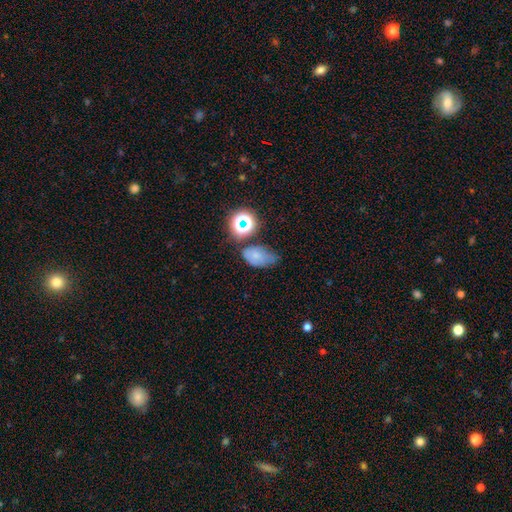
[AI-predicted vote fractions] Q: Smooth or featured?
A: smooth (62%); runner-up: star or artifact (20%)
Q: How rounded?
A: in between (83%); runner-up: round (16%)
Q: Merging?
A: none (45%); runner-up: minor disturbance (32%)